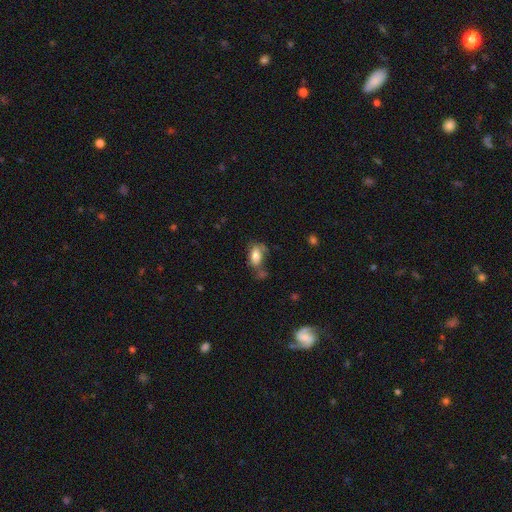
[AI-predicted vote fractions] smooth_or_featured: smooth (p=0.75) [alt: featured or disk p=0.16]
how_rounded: in between (p=0.91) [alt: round p=0.06]
merging: none (p=0.38) [alt: minor disturbance p=0.24]